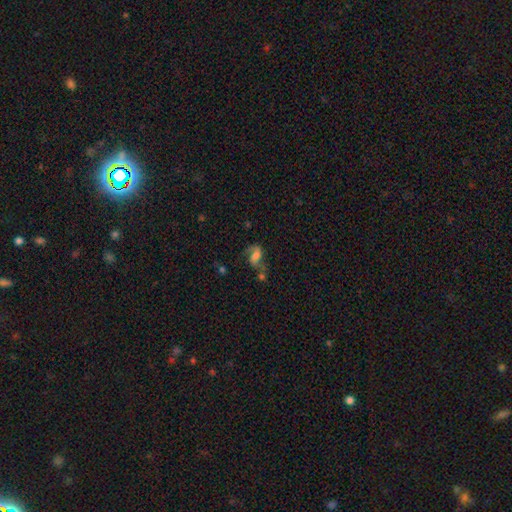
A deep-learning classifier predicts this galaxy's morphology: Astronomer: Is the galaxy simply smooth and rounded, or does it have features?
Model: featured or disk — 66%.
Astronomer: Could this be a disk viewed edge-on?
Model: no — 97%.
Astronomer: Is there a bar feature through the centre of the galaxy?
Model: weak — 43% (runner-up: no, 38%).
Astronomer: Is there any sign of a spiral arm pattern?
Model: yes — 89%.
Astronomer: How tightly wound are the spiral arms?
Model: loose — 53% (runner-up: medium, 37%).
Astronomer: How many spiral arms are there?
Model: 2 — 75%.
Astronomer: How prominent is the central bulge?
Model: moderate — 37% (runner-up: small, 23%).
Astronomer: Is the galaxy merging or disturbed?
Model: none — 40% (runner-up: major disturbance, 21%).